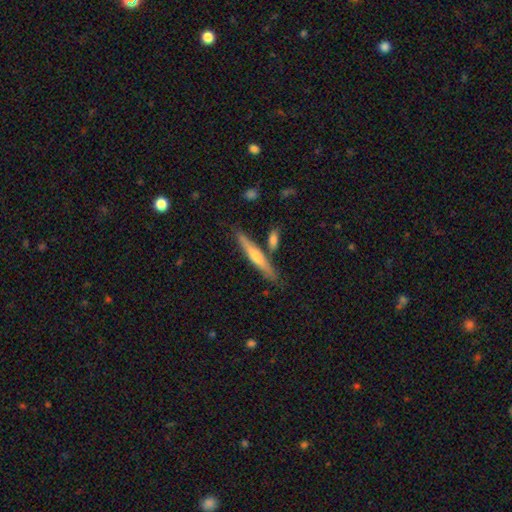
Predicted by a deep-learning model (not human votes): Overall: featured or disk (57%; smooth 37%). Edge-on disk: yes (96%). Edge-on bulge: rounded (77%). Merging: none (81%).